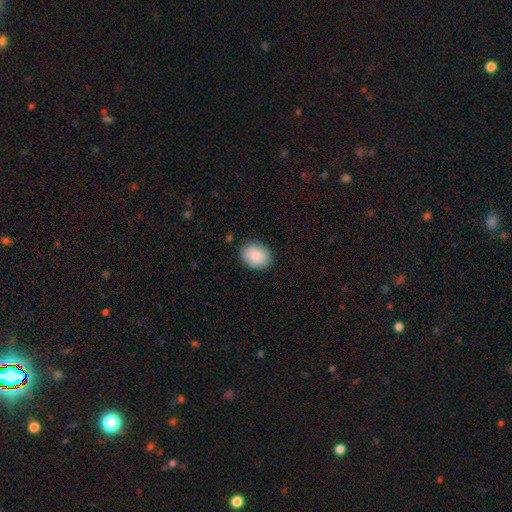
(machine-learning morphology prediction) Q: Smooth or featured?
A: smooth (88%); runner-up: star or artifact (7%)
Q: How rounded?
A: in between (52%); runner-up: round (47%)
Q: Merging?
A: none (86%); runner-up: minor disturbance (10%)